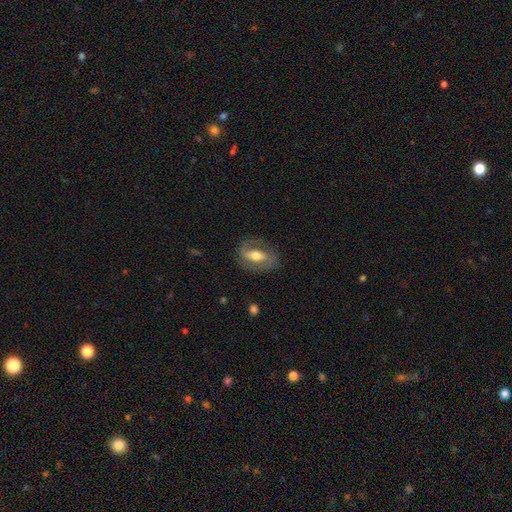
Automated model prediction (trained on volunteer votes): Smooth or featured? Predicted: featured or disk (p=0.69). Edge-on disk? Predicted: no (p=0.93). Bar? Predicted: strong (p=0.41). Spiral arms? Predicted: yes (p=0.78). Bulge size? Predicted: moderate (p=0.69). Merging? Predicted: none (p=0.74).